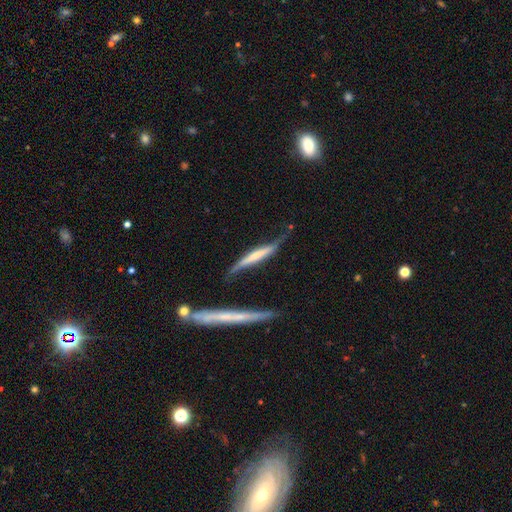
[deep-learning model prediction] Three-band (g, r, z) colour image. It shows a featured or disk galaxy (57%) viewed edge-on (83%). Merging: none (52%).